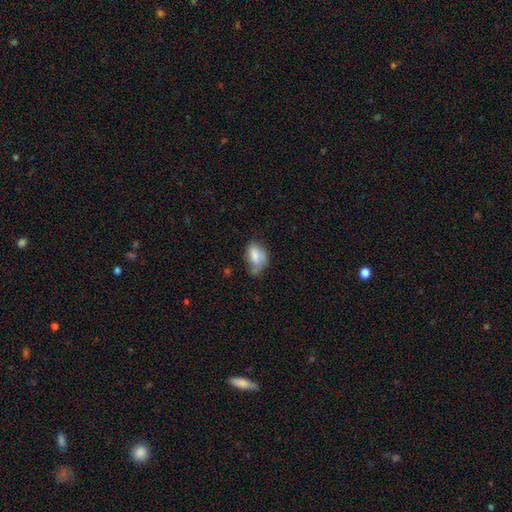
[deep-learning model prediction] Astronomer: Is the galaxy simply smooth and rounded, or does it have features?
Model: smooth — 78%.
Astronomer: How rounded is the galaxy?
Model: in between — 87%.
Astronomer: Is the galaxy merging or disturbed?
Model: minor disturbance — 40% (runner-up: none, 39%).